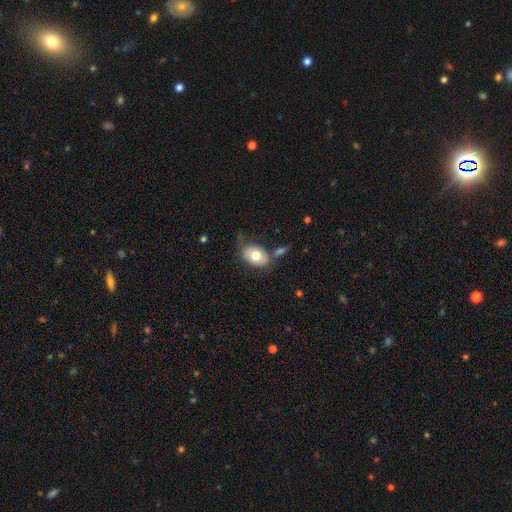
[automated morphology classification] Overall: smooth (76%). How rounded: in between (82%). Merging: none (60%; minor disturbance 21%).